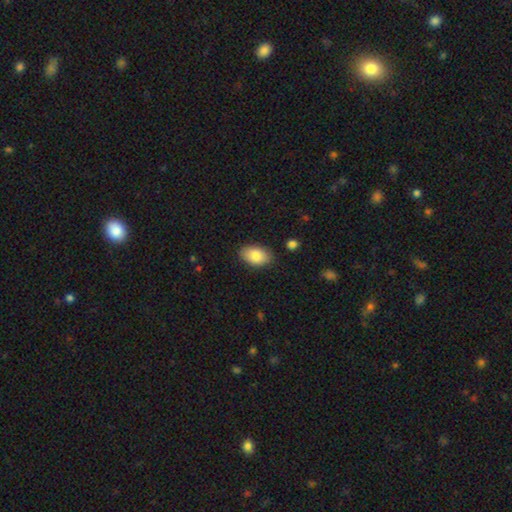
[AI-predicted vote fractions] Smooth or featured? Predicted: smooth (p=0.85). How rounded? Predicted: in between (p=0.92). Merging? Predicted: none (p=0.84).